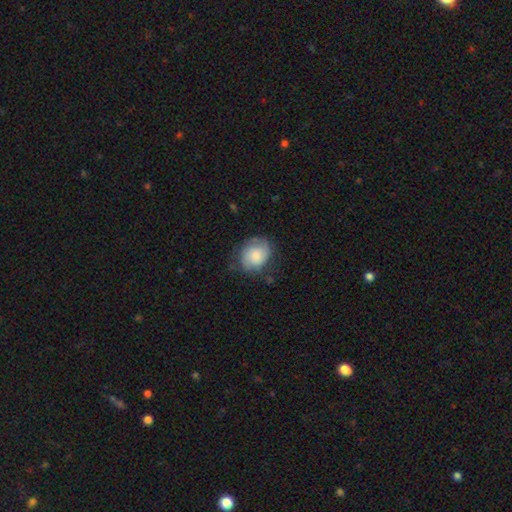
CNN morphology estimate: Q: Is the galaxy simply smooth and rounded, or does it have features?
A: smooth — 54%.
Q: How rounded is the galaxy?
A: in between — 51%.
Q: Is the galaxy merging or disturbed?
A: none — 64%.